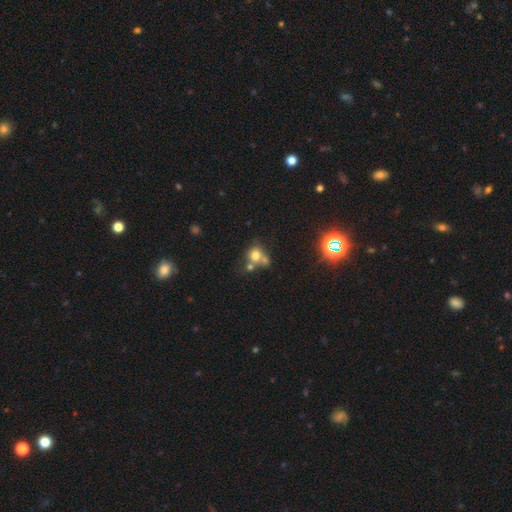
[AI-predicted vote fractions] smooth 71%, star or artifact 15%, featured or disk 14%. Down the decision tree: how rounded — round (77%); merging — merger (41%).